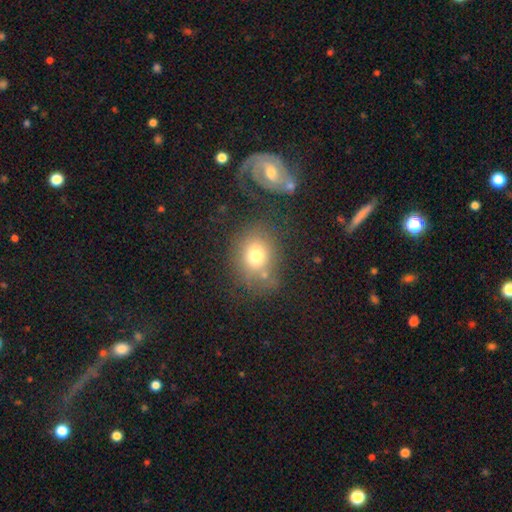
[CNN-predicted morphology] type=smooth (72%); roundness=round (63%); merging=none (66%).